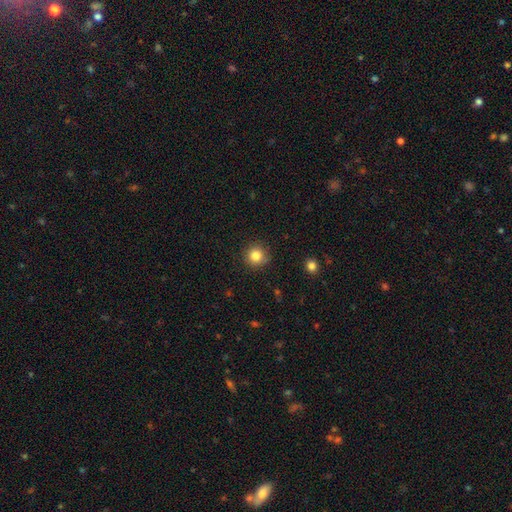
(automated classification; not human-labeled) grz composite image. It shows a smooth galaxy with no disk features (83%) that is round (94%). Merging: none (89%).